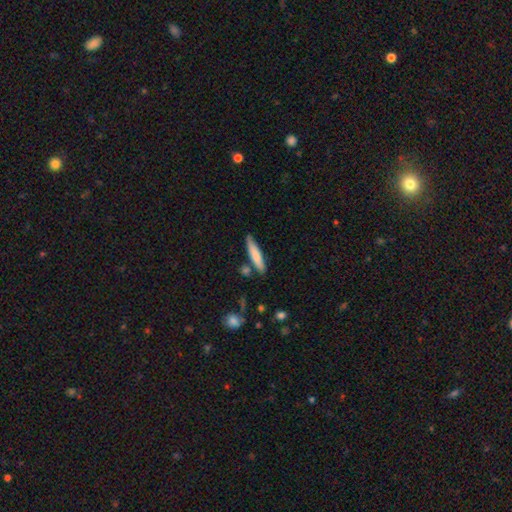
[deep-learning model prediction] A smooth galaxy with no disk features (78%) that is cigar-shaped (86%). Merging: none (80%).